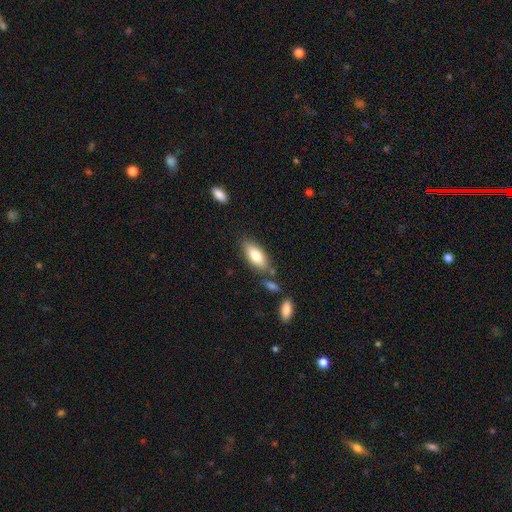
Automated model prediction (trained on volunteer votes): smooth_or_featured: smooth (p=0.81) [alt: featured or disk p=0.13]
how_rounded: in between (p=0.81) [alt: cigar-shaped p=0.17]
merging: none (p=0.74) [alt: minor disturbance p=0.15]